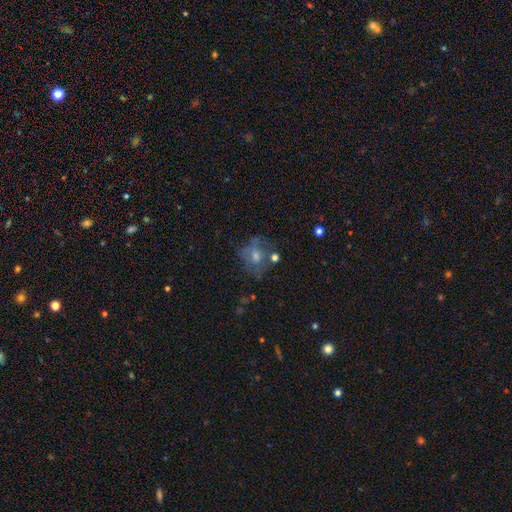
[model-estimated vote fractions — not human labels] smooth_or_featured: featured or disk (p=0.45) [alt: smooth p=0.37]
merging: none (p=0.54) [alt: minor disturbance p=0.21]